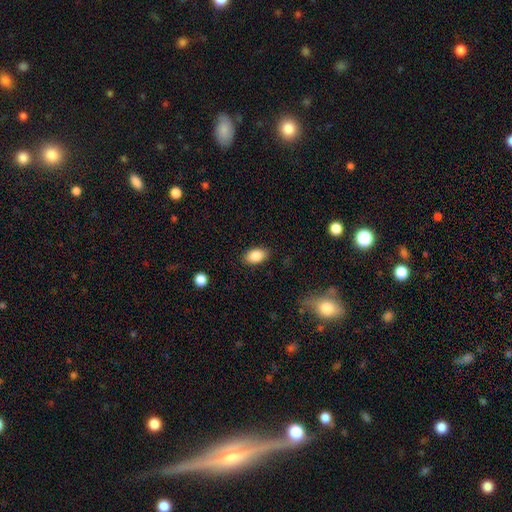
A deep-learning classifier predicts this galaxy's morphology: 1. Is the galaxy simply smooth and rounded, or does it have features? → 86% smooth, 8% star or artifact, 6% featured or disk.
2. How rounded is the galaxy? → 90% in between, 8% round, 2% cigar-shaped.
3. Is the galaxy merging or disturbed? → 86% none, 10% minor disturbance, 3% major disturbance, 1% merger.